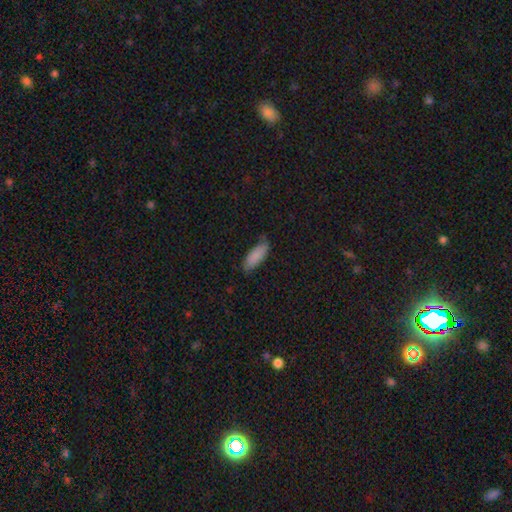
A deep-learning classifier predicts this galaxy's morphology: A smooth galaxy with no disk features (86%) that is in between round and cigar-shaped (67%). Merging: none (70%).